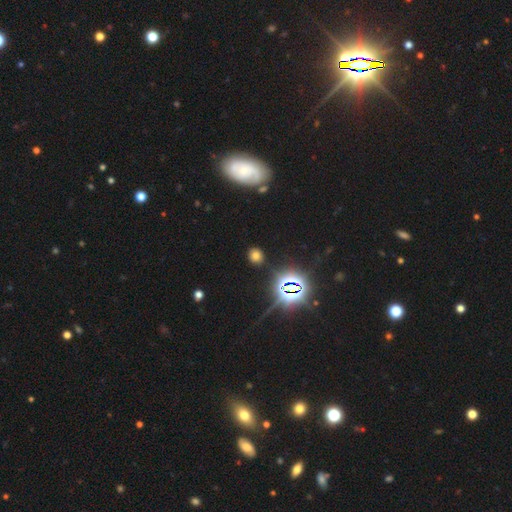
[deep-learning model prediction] This appears to be a smooth galaxy with no disk features (63%) that is round (76%). Merging: none (87%).